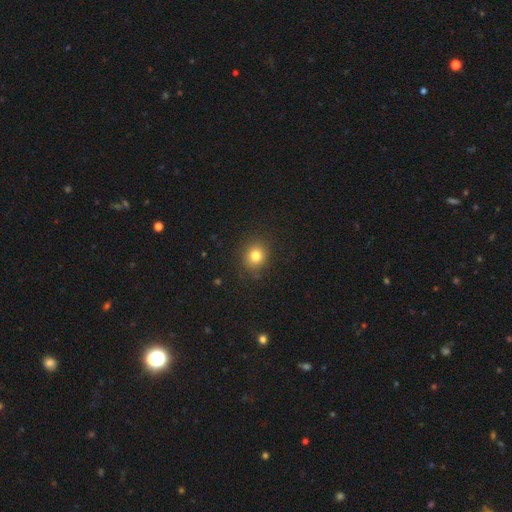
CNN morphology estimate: smooth_or_featured: smooth (p=0.80) [alt: star or artifact p=0.13]
how_rounded: round (p=0.78) [alt: in between p=0.21]
merging: none (p=0.87) [alt: minor disturbance p=0.09]